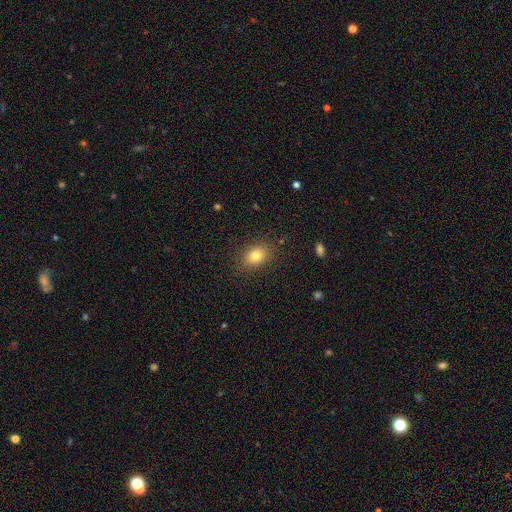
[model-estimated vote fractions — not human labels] smooth_or_featured: smooth (p=0.81) [alt: star or artifact p=0.11]
how_rounded: in between (p=0.66) [alt: round p=0.33]
merging: none (p=0.85) [alt: minor disturbance p=0.10]